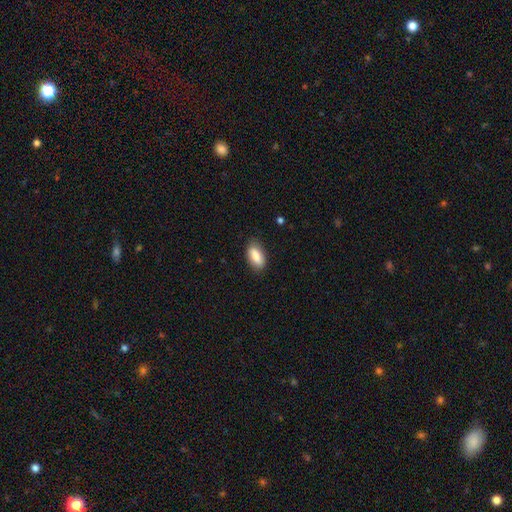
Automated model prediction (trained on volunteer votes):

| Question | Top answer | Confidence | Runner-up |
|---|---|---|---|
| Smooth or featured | smooth | 83% | featured or disk (11%) |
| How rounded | in between | 88% | cigar-shaped (8%) |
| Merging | none | 81% | minor disturbance (15%) |